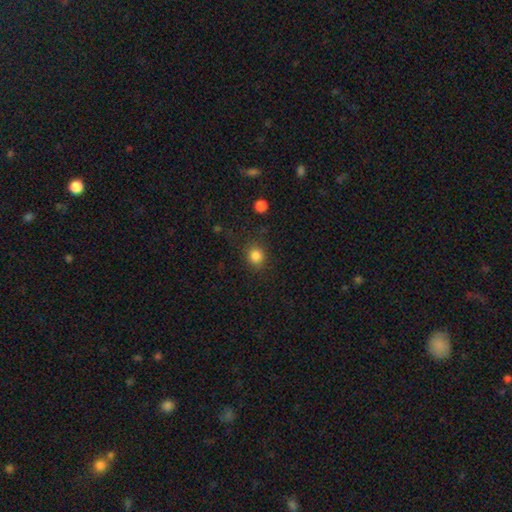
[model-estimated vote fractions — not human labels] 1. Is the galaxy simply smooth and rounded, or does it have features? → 84% smooth, 11% star or artifact, 4% featured or disk.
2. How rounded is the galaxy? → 84% round, 15% in between, 1% cigar-shaped.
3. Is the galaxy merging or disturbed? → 84% none, 10% minor disturbance, 4% major disturbance, 2% merger.